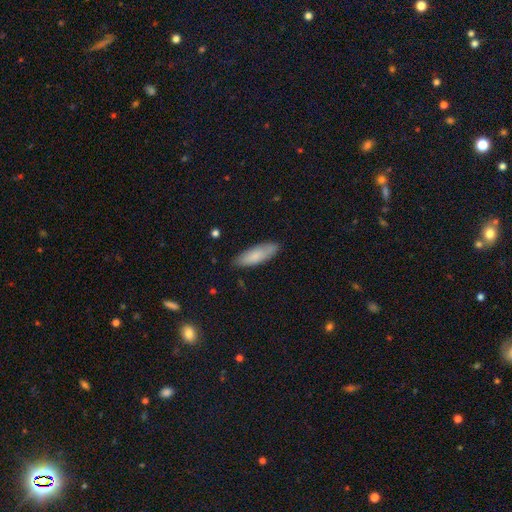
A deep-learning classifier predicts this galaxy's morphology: This is clearly a smooth galaxy (80%). How rounded: possibly in between (59%). Merging: clearly none (81%).